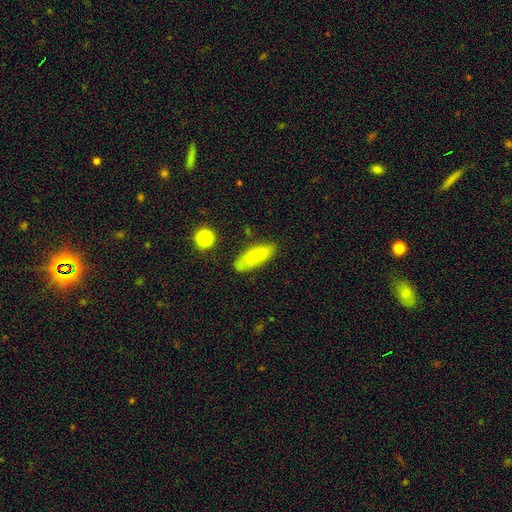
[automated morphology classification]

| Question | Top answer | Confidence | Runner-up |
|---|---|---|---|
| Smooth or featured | smooth | 78% | featured or disk (15%) |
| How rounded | in between | 65% | cigar-shaped (33%) |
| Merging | none | 79% | minor disturbance (16%) |